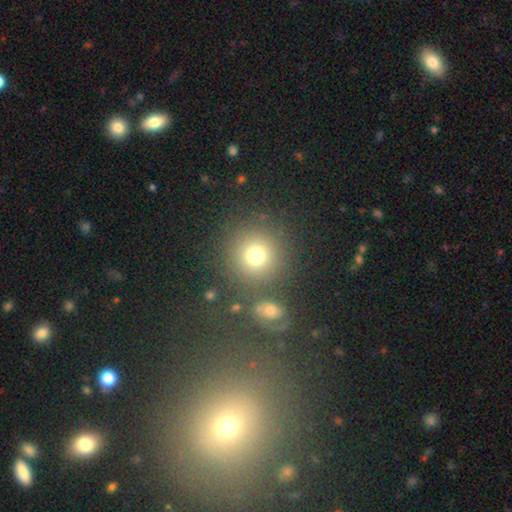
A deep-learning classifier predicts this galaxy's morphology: smooth 74%, star or artifact 15%, featured or disk 11%. Down the decision tree: how rounded — round (92%); merging — none (77%).